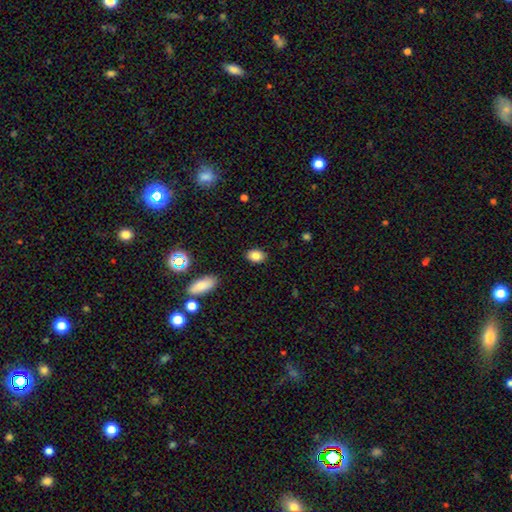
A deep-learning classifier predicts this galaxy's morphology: type=smooth (84%); roundness=in between (75%); merging=none (88%).